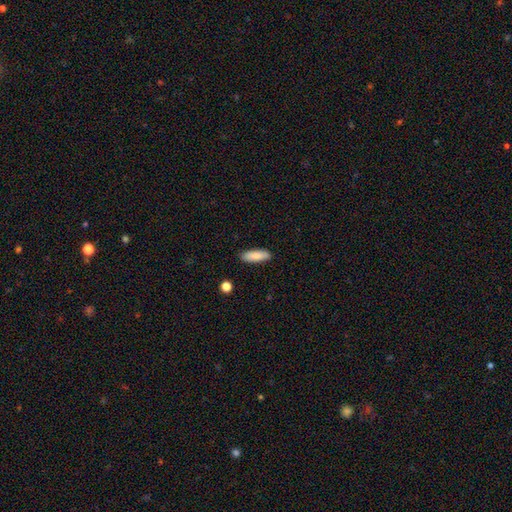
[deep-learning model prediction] A smooth galaxy with no disk features (87%) that is in between round and cigar-shaped (53%).

Vote fractions:
- Smooth or featured? smooth: 87% / featured or disk: 7% / star or artifact: 6%
- How rounded? in between: 53% / cigar-shaped: 45% / round: 2%
- Merging? none: 89% / minor disturbance: 8% / major disturbance: 2% / merger: 1%